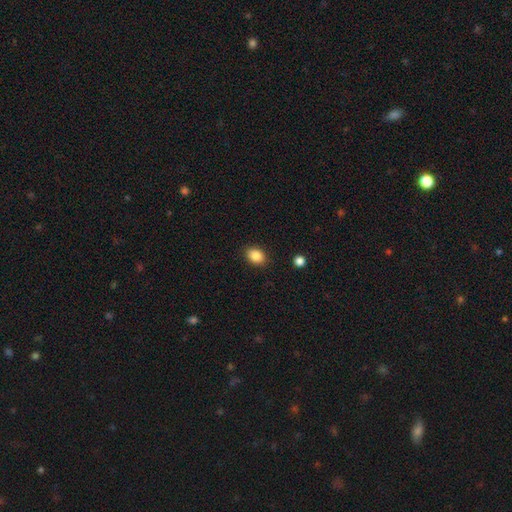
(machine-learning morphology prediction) Smooth or featured?
  - smooth: 87% *
  - star or artifact: 9%
  - featured or disk: 4%
How rounded?
  - in between: 67% *
  - round: 32%
  - cigar-shaped: 1%
Merging?
  - none: 88% *
  - minor disturbance: 8%
  - major disturbance: 2%
  - merger: 1%